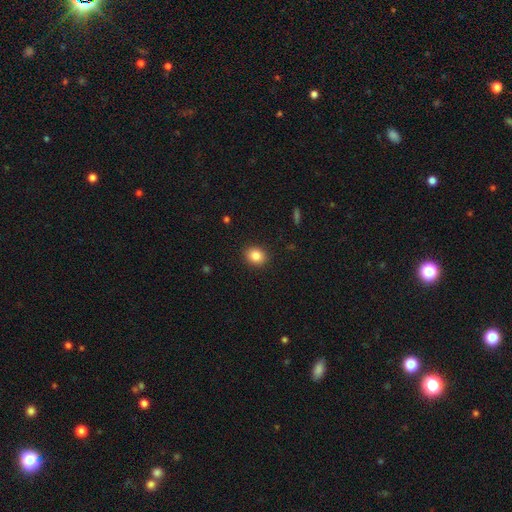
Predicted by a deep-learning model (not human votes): This appears to be a smooth galaxy with no disk features (85%) that is round (63%). Merging: none (91%).